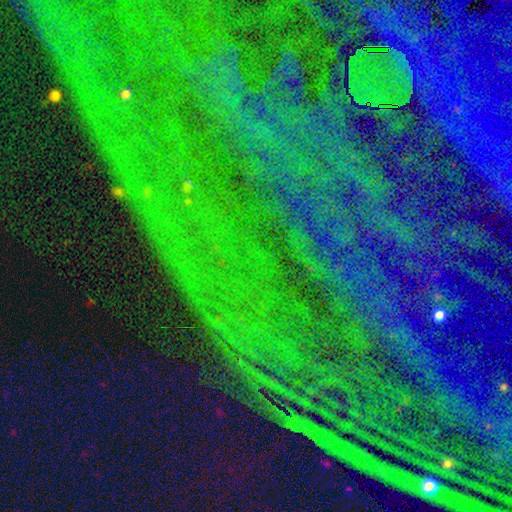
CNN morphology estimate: star or artifact 86%, featured or disk 7%, smooth 6%.